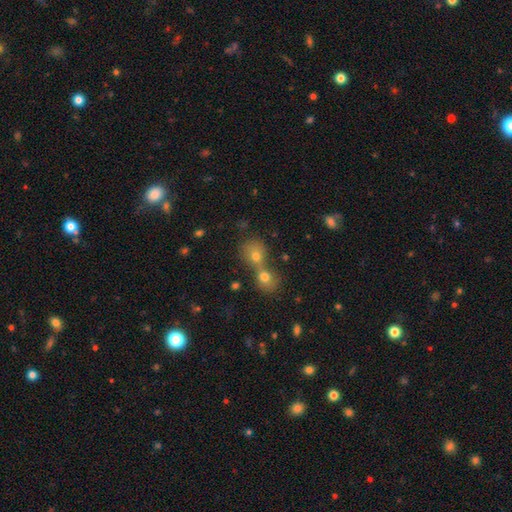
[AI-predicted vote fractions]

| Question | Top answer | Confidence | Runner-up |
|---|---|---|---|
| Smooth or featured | smooth | 73% | featured or disk (14%) |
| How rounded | round | 74% | in between (25%) |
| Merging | merger | 68% | none (23%) |